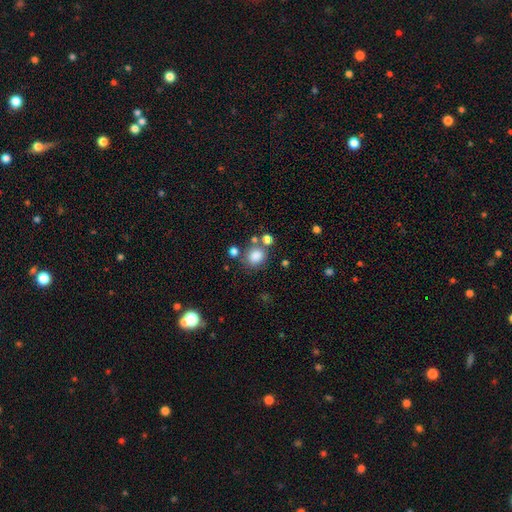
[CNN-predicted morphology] Q: Smooth or featured?
A: smooth (82%); runner-up: star or artifact (11%)
Q: How rounded?
A: round (74%); runner-up: in between (25%)
Q: Merging?
A: none (68%); runner-up: minor disturbance (14%)